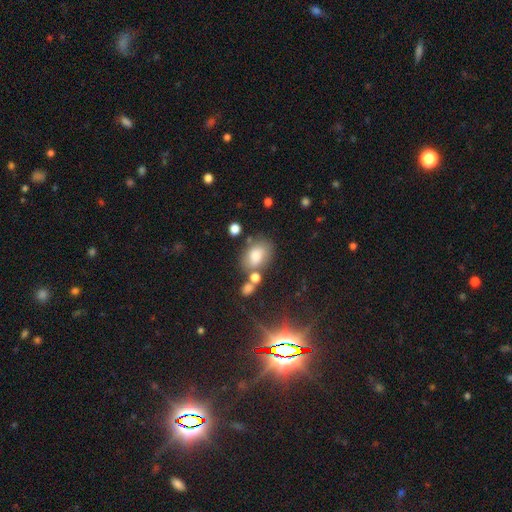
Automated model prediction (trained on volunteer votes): A smooth galaxy with no disk features (74%) that is in between round and cigar-shaped (78%). Merging: none (57%).